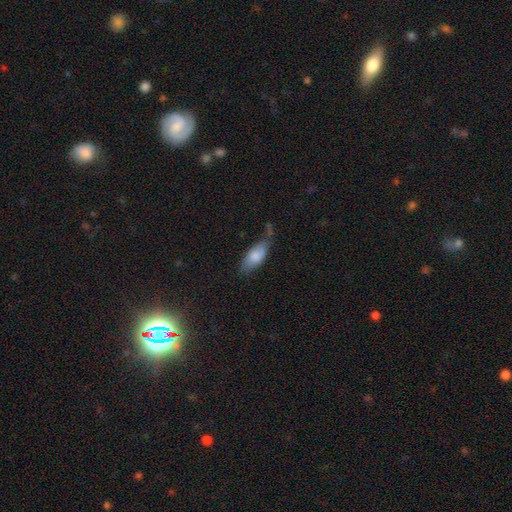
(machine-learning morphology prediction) Smooth or featured: smooth — 81% (featured or disk — 12%)
How rounded: in between — 85% (cigar-shaped — 13%)
Merging: none — 50% (minor disturbance — 32%)